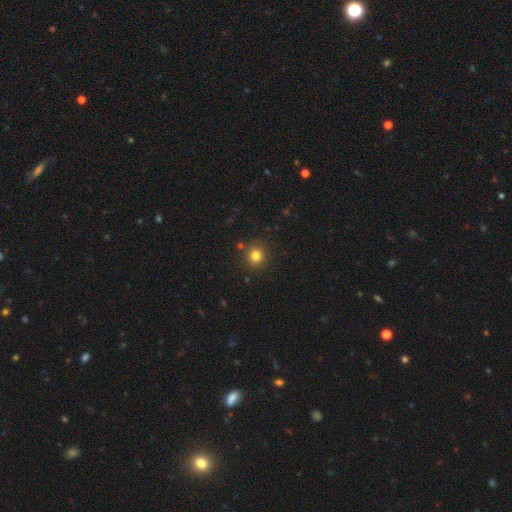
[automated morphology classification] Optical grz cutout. It shows a smooth galaxy with no disk features (80%) that is round (88%). Merging: none (87%).